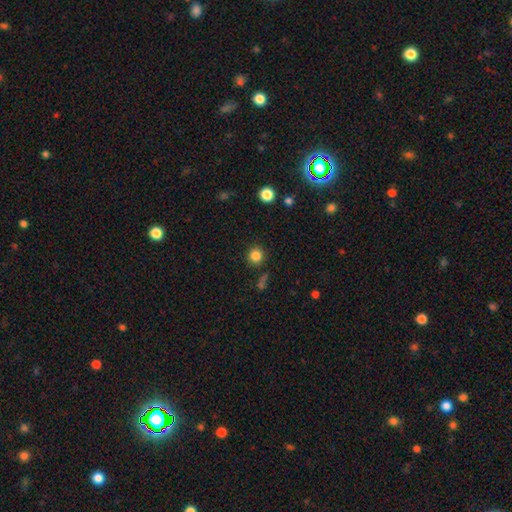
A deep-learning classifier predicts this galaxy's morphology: type=smooth (83%); roundness=round (91%); merging=none (86%).